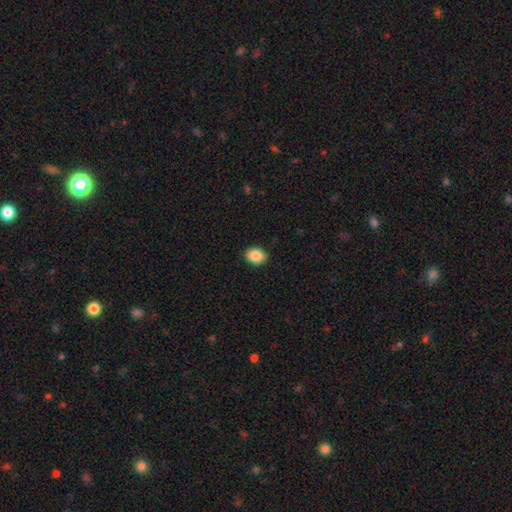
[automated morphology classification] Smooth or featured: smooth — 87% (star or artifact — 8%)
How rounded: in between — 56% (round — 44%)
Merging: none — 91% (minor disturbance — 7%)